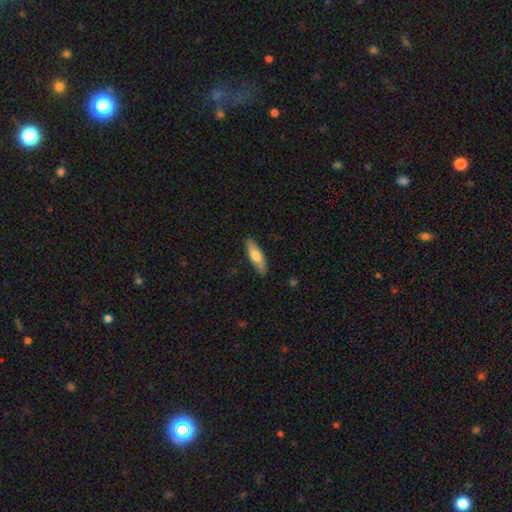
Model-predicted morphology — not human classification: Q: Smooth or featured?
A: smooth (66%); runner-up: featured or disk (28%)
Q: How rounded?
A: cigar-shaped (52%); runner-up: in between (45%)
Q: Merging?
A: none (88%); runner-up: minor disturbance (9%)